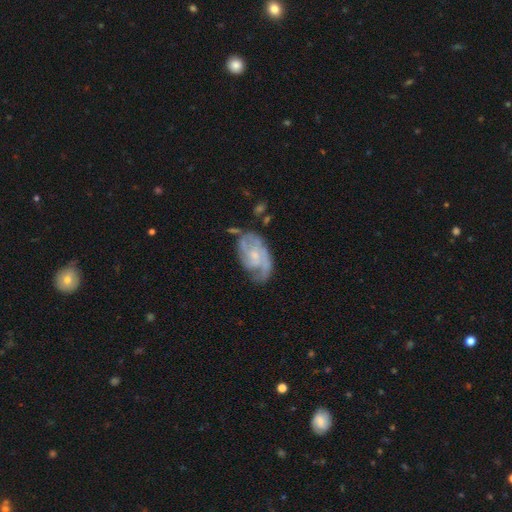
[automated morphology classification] Smooth or featured: featured or disk — 82% (smooth — 13%)
Edge-on disk: no — 97% (yes — 3%)
Bar: no — 65% (weak — 31%)
Spiral arms: yes — 93% (no — 7%)
Spiral winding: tight — 43% (medium — 42%)
Spiral arm count: 2 — 43% (can't tell — 23%)
Bulge size: small — 61% (moderate — 30%)
Merging: none — 59% (minor disturbance — 25%)